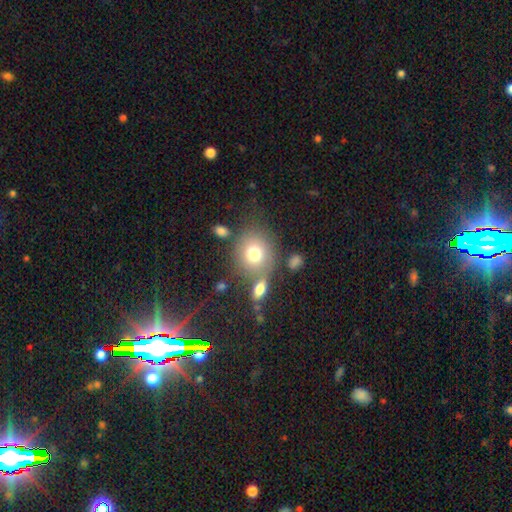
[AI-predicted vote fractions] Smooth or featured?
  - smooth: 75% *
  - featured or disk: 14%
  - star or artifact: 10%
How rounded?
  - round: 74% *
  - in between: 25%
  - cigar-shaped: 1%
Merging?
  - none: 62% *
  - merger: 20%
  - minor disturbance: 13%
  - major disturbance: 6%